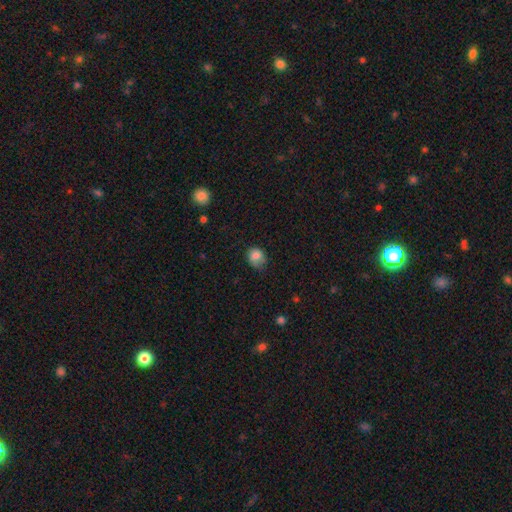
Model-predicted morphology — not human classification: smooth 82%, star or artifact 9%, featured or disk 9%. Down the decision tree: how rounded — round (58%); merging — none (48%).